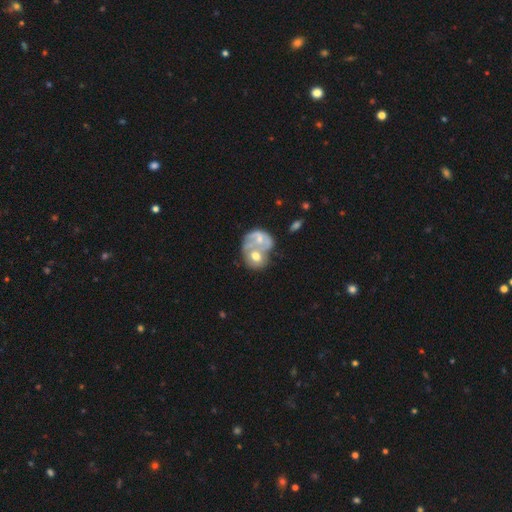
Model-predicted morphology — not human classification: Smooth or featured?
  - featured or disk: 53% *
  - smooth: 35%
  - star or artifact: 12%
Edge-on disk?
  - no: 97% *
  - yes: 3%
Bar?
  - no: 86% *
  - weak: 11%
  - strong: 4%
Spiral arms?
  - no: 69% *
  - yes: 31%
Bulge size?
  - moderate: 52% *
  - small: 28%
  - none: 12%
  - large: 5%
  - dominant: 3%
Merging?
  - merger: 63% *
  - none: 21%
  - minor disturbance: 8%
  - major disturbance: 8%